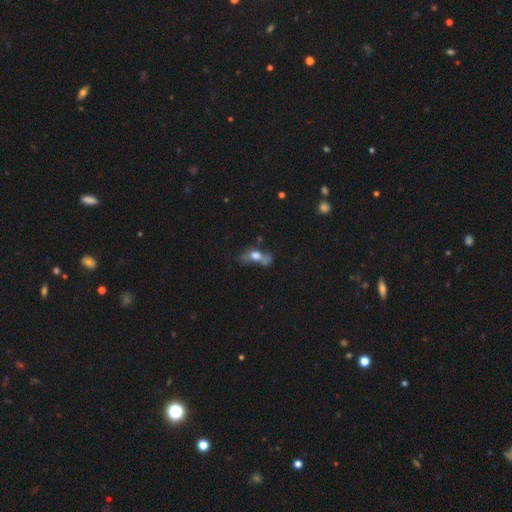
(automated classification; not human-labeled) Smooth or featured? Predicted: smooth (p=0.53). How rounded? Predicted: in between (p=0.64). Merging? Predicted: major disturbance (p=0.30).